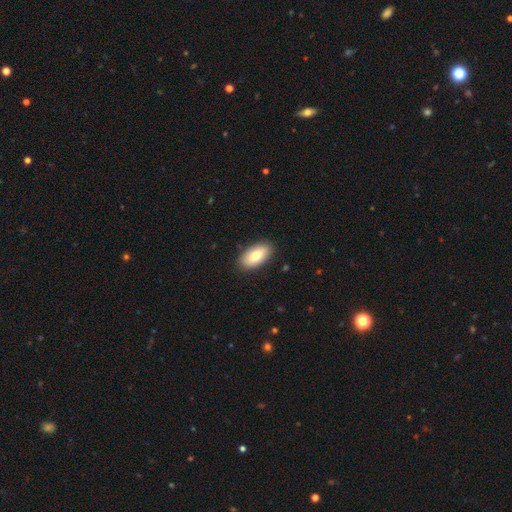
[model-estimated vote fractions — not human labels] A smooth galaxy with no disk features (77%) that is in between round and cigar-shaped (93%). Merging: none (88%).